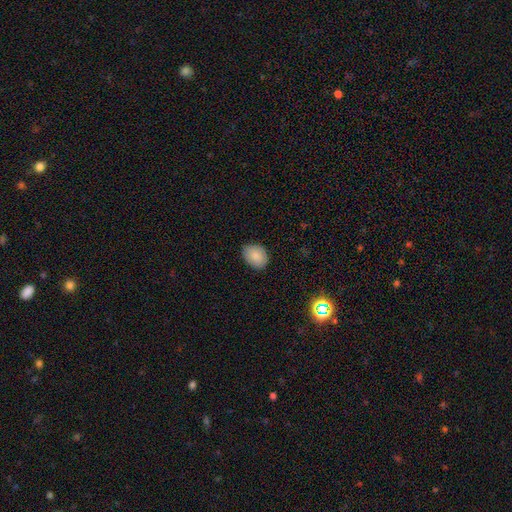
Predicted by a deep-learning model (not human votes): This is clearly a smooth galaxy (86%). How rounded: likely in between (63%). Merging: clearly none (83%).